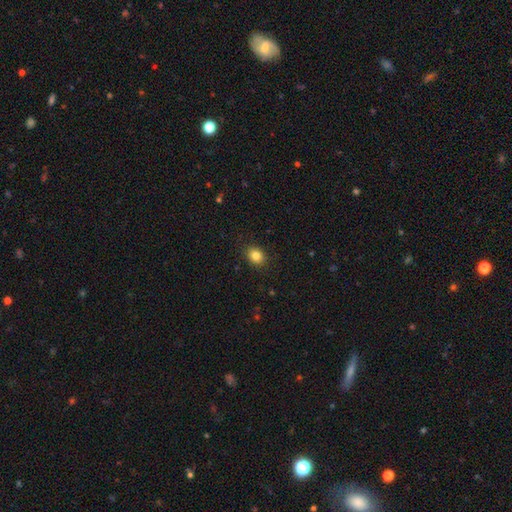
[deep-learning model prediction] smooth_or_featured: smooth (p=0.84) [alt: star or artifact p=0.11]
how_rounded: round (p=0.55) [alt: in between p=0.44]
merging: none (p=0.88) [alt: minor disturbance p=0.09]